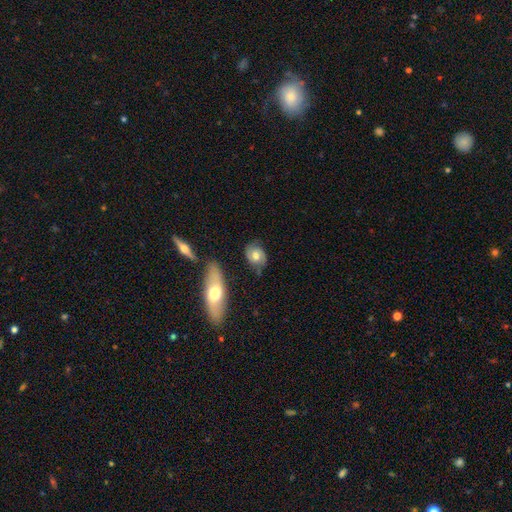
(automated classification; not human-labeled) Overall: smooth (52%; featured or disk 40%). How rounded: round (50%; in between 47%). Merging: none (71%).